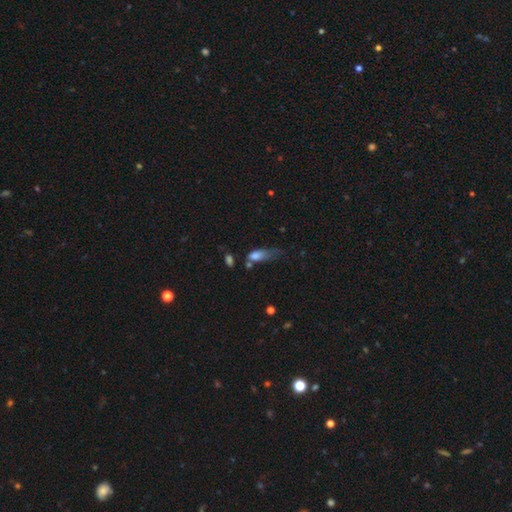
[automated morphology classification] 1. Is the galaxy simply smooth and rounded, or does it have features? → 75% smooth, 14% featured or disk, 10% star or artifact.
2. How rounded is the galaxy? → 76% in between, 18% cigar-shaped, 6% round.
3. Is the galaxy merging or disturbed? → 37% major disturbance, 30% minor disturbance, 21% none, 13% merger.